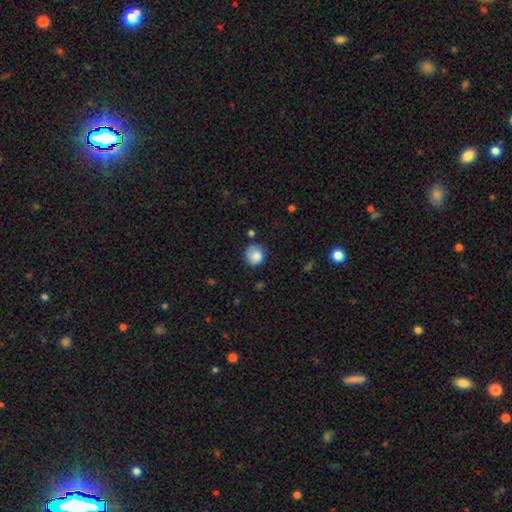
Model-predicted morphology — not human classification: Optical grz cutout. It shows a smooth galaxy with no disk features (85%) that is round (87%). Merging: none (69%).